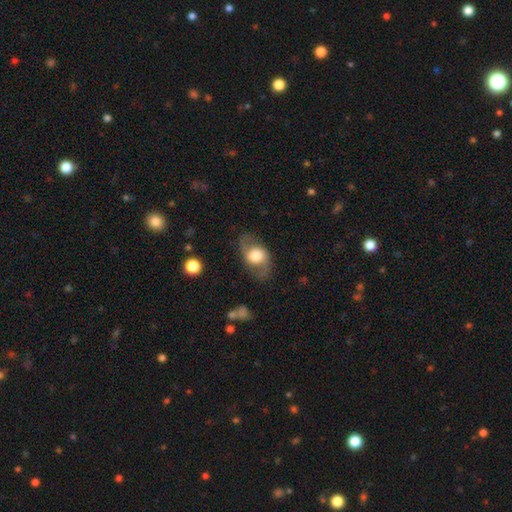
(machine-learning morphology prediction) smooth-or-featured: featured or disk: 51% | smooth: 42% | star or artifact: 7%
  disk-edge-on: no: 90% | yes: 10%
  merging: none: 71% | minor disturbance: 17% | major disturbance: 11% | merger: 2%